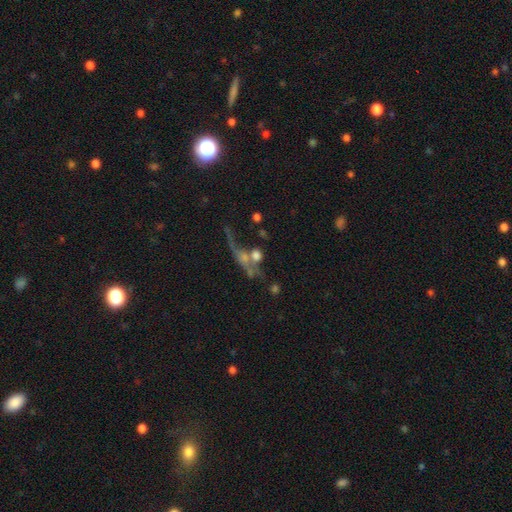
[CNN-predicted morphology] smooth 48%, featured or disk 36%, star or artifact 16%. Down the decision tree: merging — merger (40%).